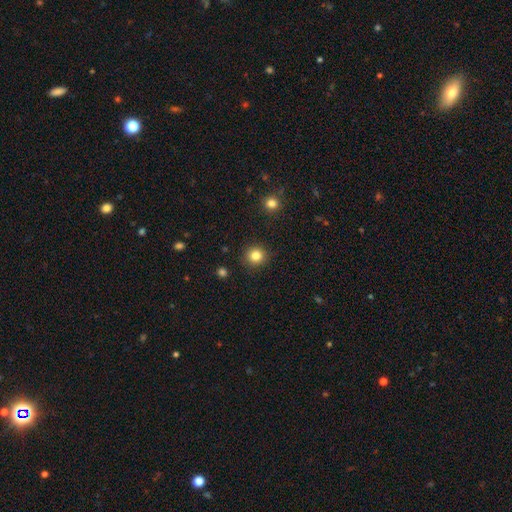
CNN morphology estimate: This appears to be a smooth galaxy with no disk features (83%) that is round (91%). Merging: none (90%).